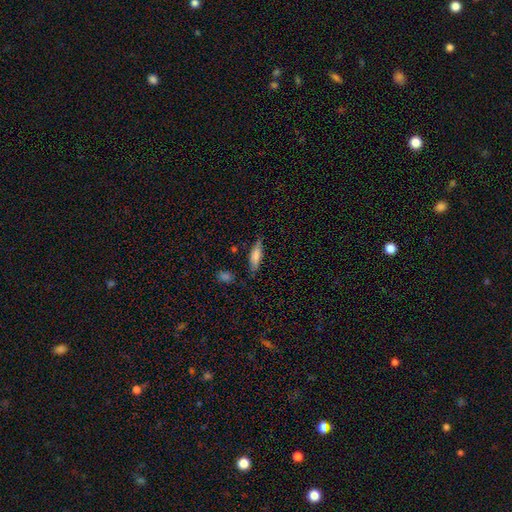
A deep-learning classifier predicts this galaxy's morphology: Smooth or featured? Predicted: smooth (p=0.75). How rounded? Predicted: cigar-shaped (p=0.51). Merging? Predicted: none (p=0.79).